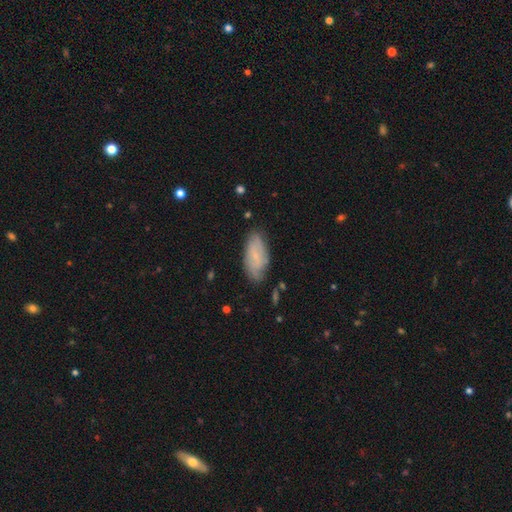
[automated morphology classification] This appears to be a smooth galaxy with no disk features (56%) that is in between round and cigar-shaped (87%). Merging: none (74%).